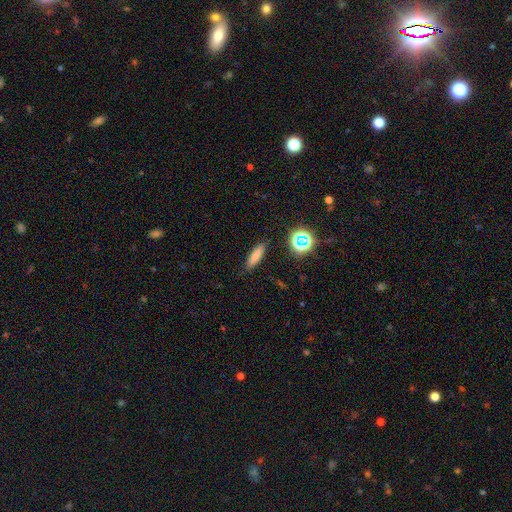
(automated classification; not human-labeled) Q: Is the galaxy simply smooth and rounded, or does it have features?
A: smooth — 77%.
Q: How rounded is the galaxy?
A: cigar-shaped — 66%.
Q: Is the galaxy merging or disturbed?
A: none — 87%.